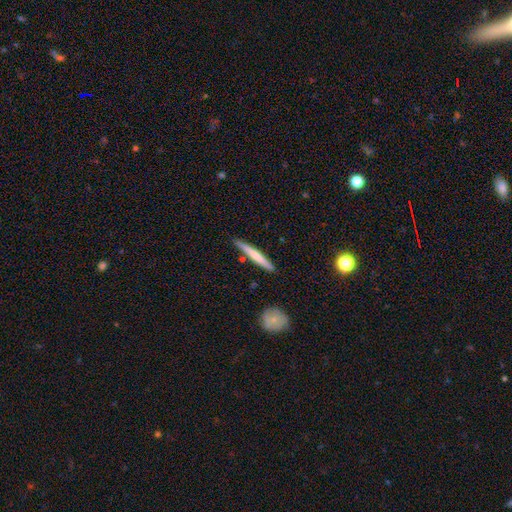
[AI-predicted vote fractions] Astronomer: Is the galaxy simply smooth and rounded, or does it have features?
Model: smooth — 58% (runner-up: featured or disk, 37%).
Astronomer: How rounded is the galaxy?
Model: cigar-shaped — 96%.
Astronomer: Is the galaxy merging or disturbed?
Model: none — 85%.